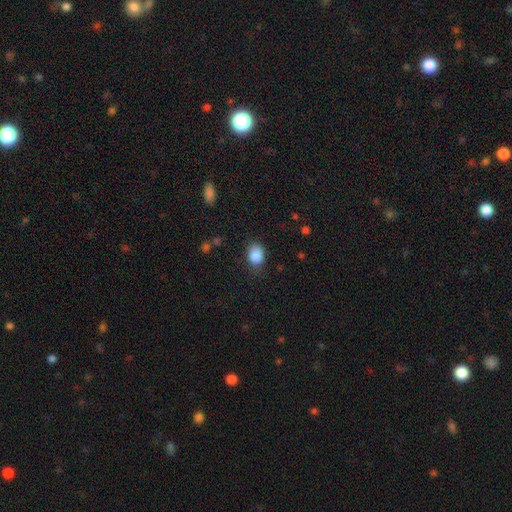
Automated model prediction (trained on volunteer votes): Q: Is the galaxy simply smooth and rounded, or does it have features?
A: smooth — 87%.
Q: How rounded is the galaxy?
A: in between — 61%.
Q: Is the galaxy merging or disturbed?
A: none — 73%.